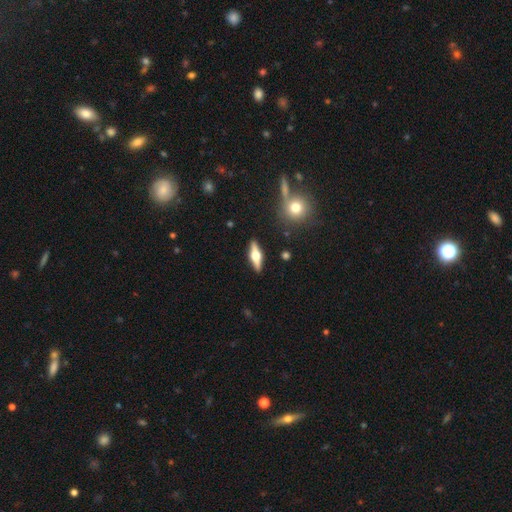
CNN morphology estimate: type=featured or disk (68%); edge-on=yes (96%); edge-on bulge=rounded (95%); merging=none (89%).